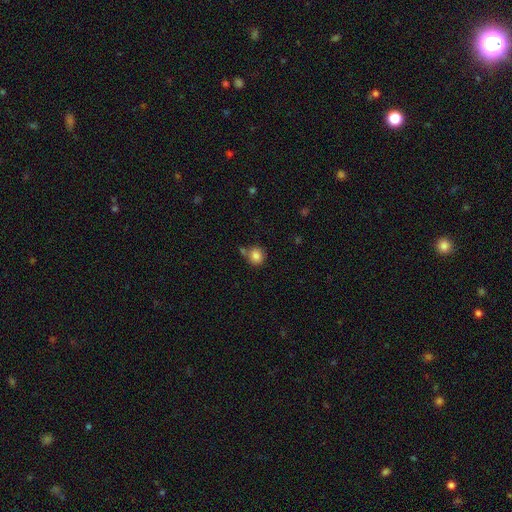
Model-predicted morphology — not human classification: A smooth galaxy with no disk features (84%) that is round (86%).

Vote fractions:
- Smooth or featured? smooth: 84% / star or artifact: 10% / featured or disk: 6%
- How rounded? round: 86% / in between: 13% / cigar-shaped: 1%
- Merging? none: 66% / merger: 17% / minor disturbance: 13% / major disturbance: 4%